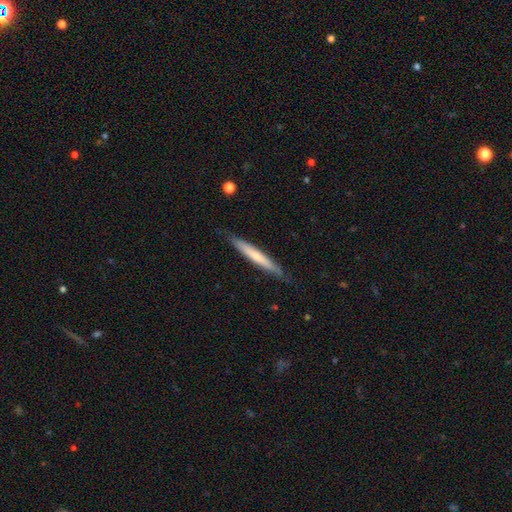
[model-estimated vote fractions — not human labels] featured or disk 51%, smooth 42%, star or artifact 7%. Down the decision tree: edge-on disk — yes (95%); merging — none (88%).